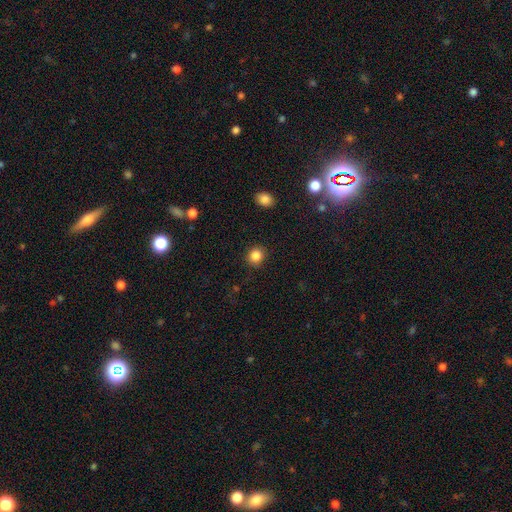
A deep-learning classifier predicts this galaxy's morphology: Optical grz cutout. It shows a smooth galaxy with no disk features (85%) that is round (85%). Merging: none (90%).